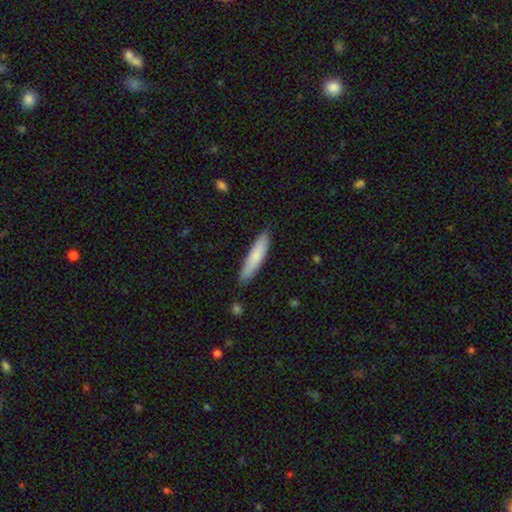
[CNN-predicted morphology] Smooth or featured? smooth (77%)
How rounded? cigar-shaped (83%)
Merging? none (86%)